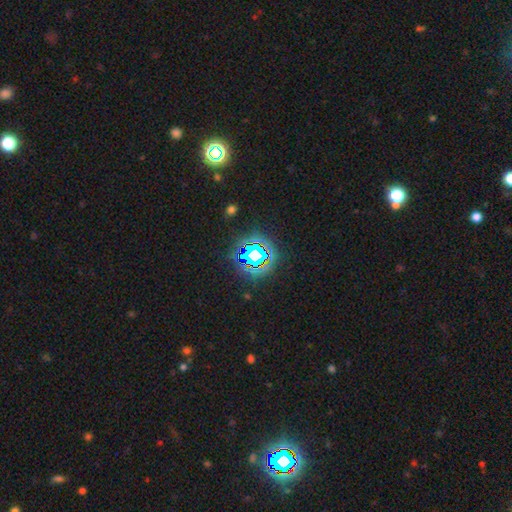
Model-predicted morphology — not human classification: Overall: star or artifact (72%).